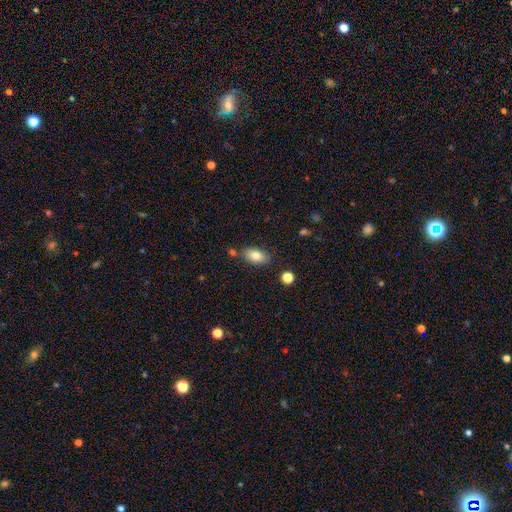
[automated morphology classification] smooth 79%, featured or disk 12%, star or artifact 8%. Down the decision tree: how rounded — in between (90%); merging — none (79%).